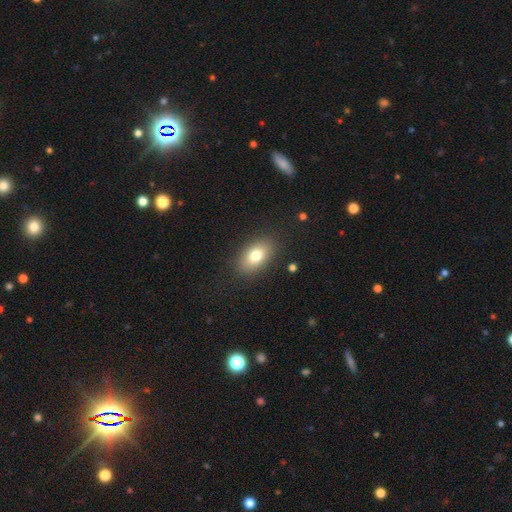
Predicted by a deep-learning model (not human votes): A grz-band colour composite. It shows a smooth galaxy with no disk features (77%) that is in between round and cigar-shaped (87%). Merging: none (86%).